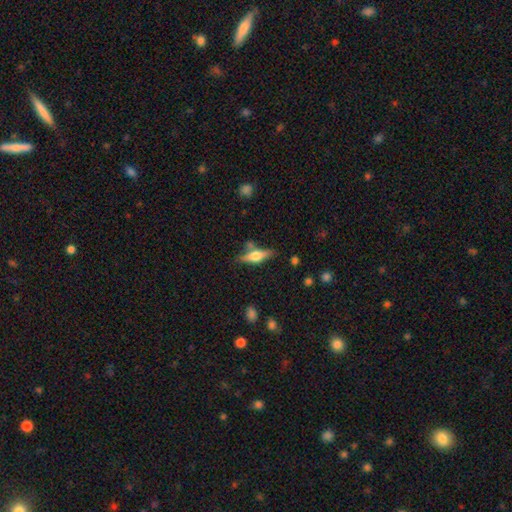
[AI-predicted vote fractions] A featured or disk galaxy (48%). Merging: none (72%).